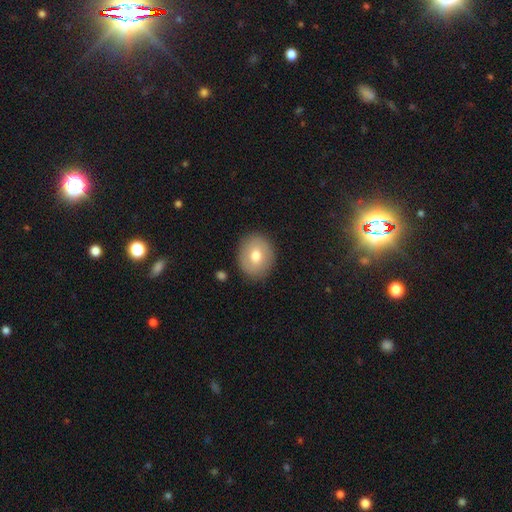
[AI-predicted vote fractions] smooth-or-featured: smooth: 71% | featured or disk: 21% | star or artifact: 8%
  how-rounded: round: 66% | in between: 33% | cigar-shaped: 1%
  merging: none: 87% | minor disturbance: 9% | major disturbance: 3% | merger: 2%